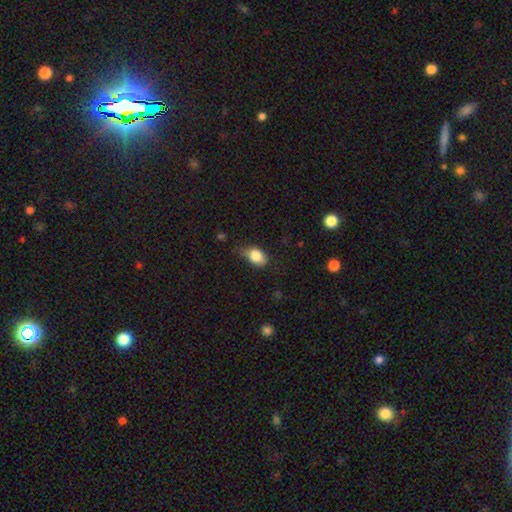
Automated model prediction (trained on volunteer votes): Smooth or featured? Predicted: smooth (p=0.82). How rounded? Predicted: in between (p=0.81). Merging? Predicted: none (p=0.51).